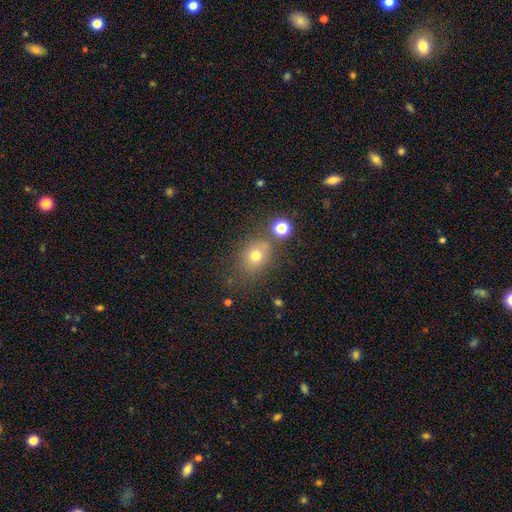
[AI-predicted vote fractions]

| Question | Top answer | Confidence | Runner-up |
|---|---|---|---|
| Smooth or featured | smooth | 72% | star or artifact (16%) |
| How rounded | round | 61% | in between (38%) |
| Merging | none | 66% | minor disturbance (15%) |